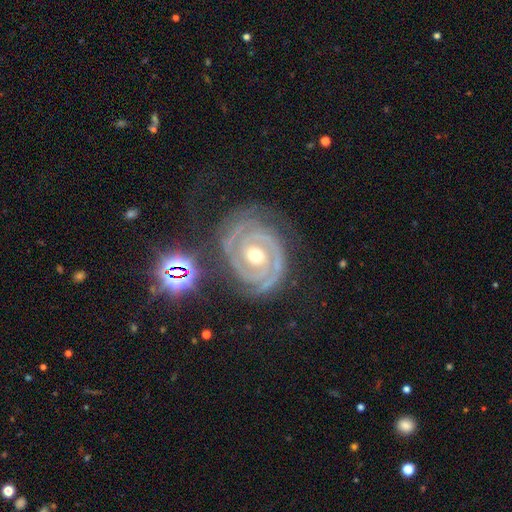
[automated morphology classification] Overall: featured or disk (91%). Edge-on disk: no (97%). Bar: no (66%). Spiral arms: yes (98%). Spiral arm count: 2 (55%; 3 20%). Spiral winding: tight (82%). Bulge size: moderate (70%). Merging: none (70%).